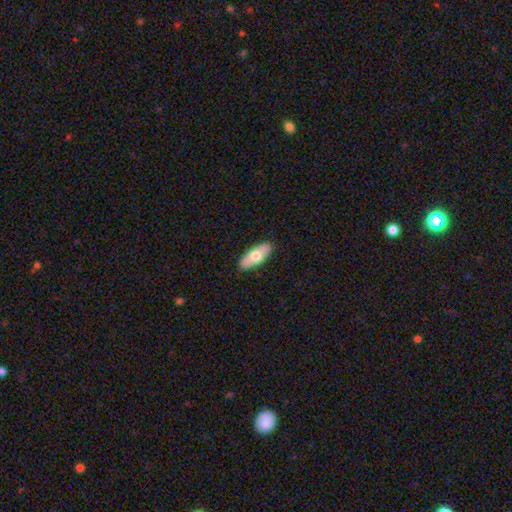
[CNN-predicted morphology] The model was most divided on "smooth or featured": smooth: 63%, featured or disk: 32%, star or artifact: 5%. More confident: merging — none (88%); how rounded — in between (84%).